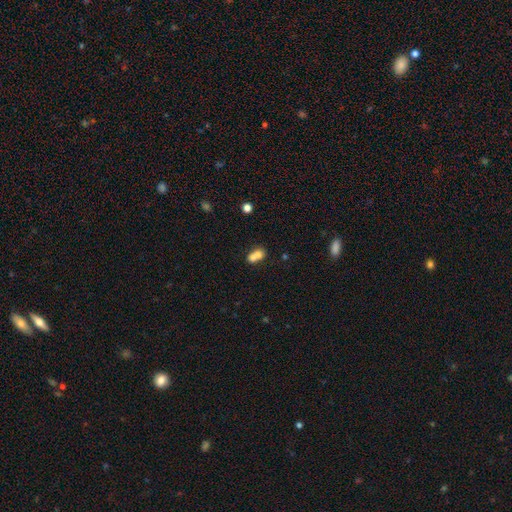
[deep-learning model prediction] Overall: smooth (70%). How rounded: in between (54%; round 43%). Merging: merger (67%).